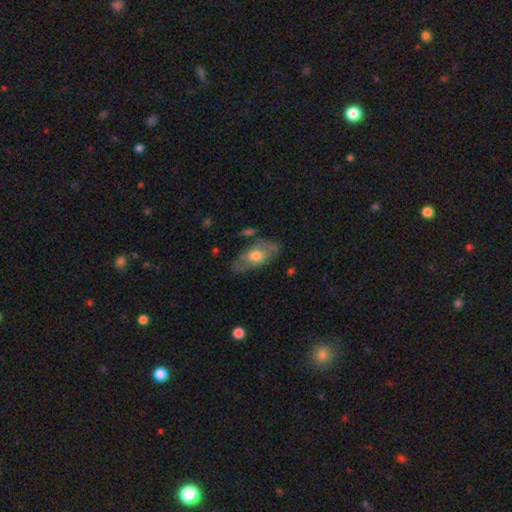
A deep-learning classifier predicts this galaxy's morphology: Q: Smooth or featured?
A: featured or disk (48%); runner-up: smooth (47%)
Q: Merging?
A: none (68%); runner-up: minor disturbance (21%)